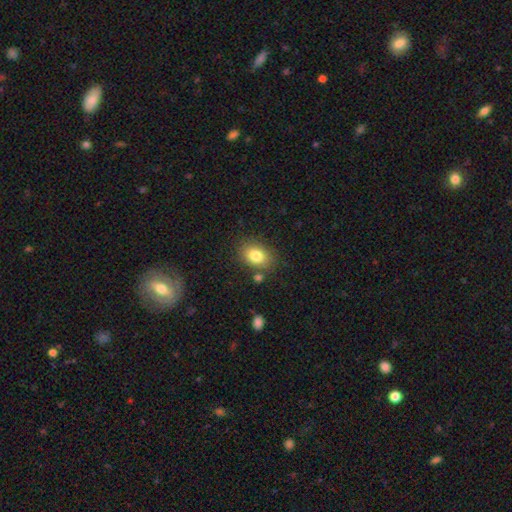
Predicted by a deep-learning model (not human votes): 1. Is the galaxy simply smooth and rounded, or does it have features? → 82% smooth, 9% star or artifact, 9% featured or disk.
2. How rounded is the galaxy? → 73% in between, 25% round, 1% cigar-shaped.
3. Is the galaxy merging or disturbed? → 78% none, 13% minor disturbance, 6% merger, 4% major disturbance.